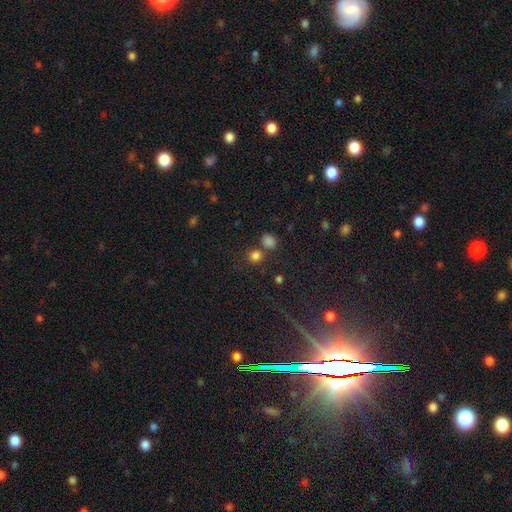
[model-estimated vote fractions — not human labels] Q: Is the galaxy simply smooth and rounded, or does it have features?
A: smooth — 79%.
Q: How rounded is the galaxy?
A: round — 86%.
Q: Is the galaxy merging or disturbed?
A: none — 68%.